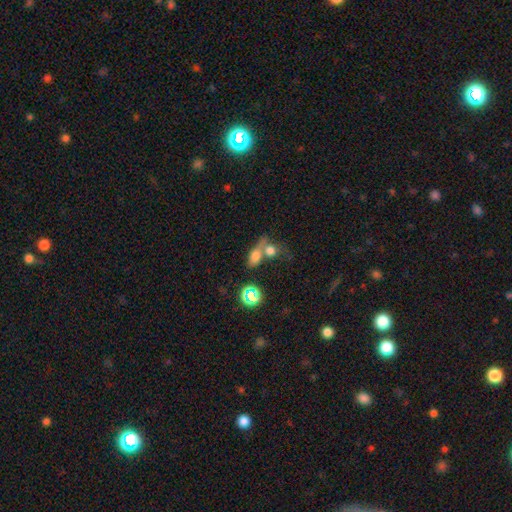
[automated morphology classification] Smooth or featured? Predicted: smooth (p=0.68). How rounded? Predicted: in between (p=0.64). Merging? Predicted: merger (p=0.54).